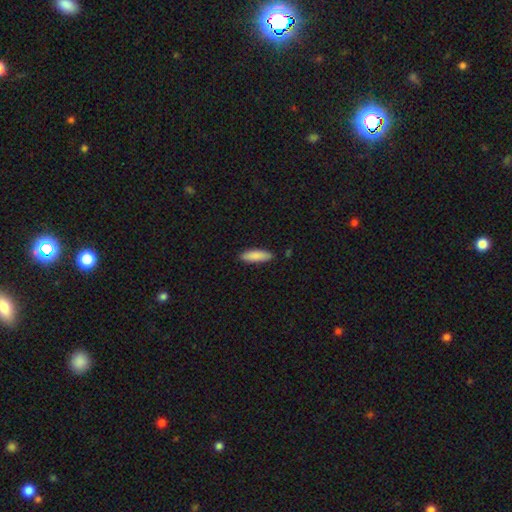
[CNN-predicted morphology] The model was most divided on "how rounded": cigar-shaped: 55%, in between: 44%, round: 1%. More confident: smooth or featured — smooth (87%); merging — none (86%).